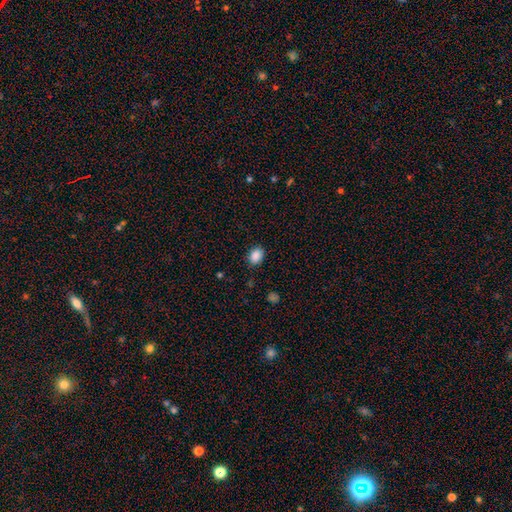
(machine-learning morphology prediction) Q: Smooth or featured?
A: smooth (88%); runner-up: star or artifact (9%)
Q: How rounded?
A: in between (63%); runner-up: round (36%)
Q: Merging?
A: none (84%); runner-up: minor disturbance (12%)